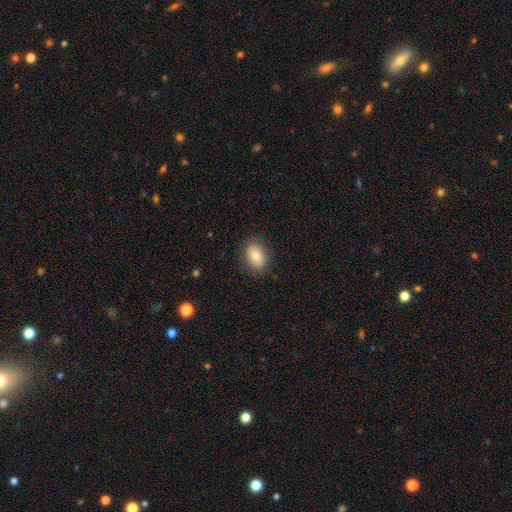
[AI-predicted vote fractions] This appears to be a smooth galaxy with no disk features (78%) that is in between round and cigar-shaped (75%). Merging: none (86%).